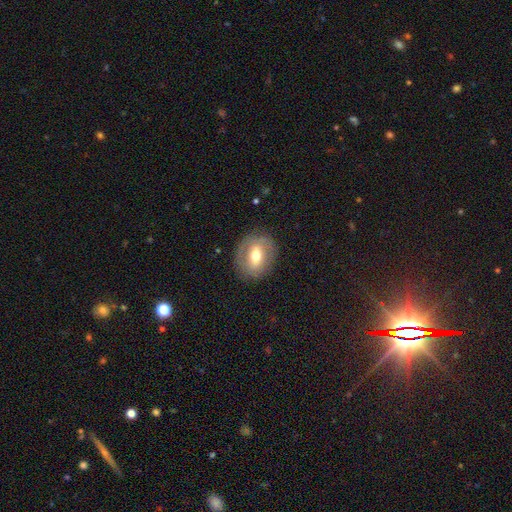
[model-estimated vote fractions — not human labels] Smooth or featured?
  - smooth: 46% * (tied)
  - featured or disk: 46% * (tied)
  - star or artifact: 8%
Merging?
  - none: 81% *
  - minor disturbance: 13%
  - major disturbance: 5%
  - merger: 1%